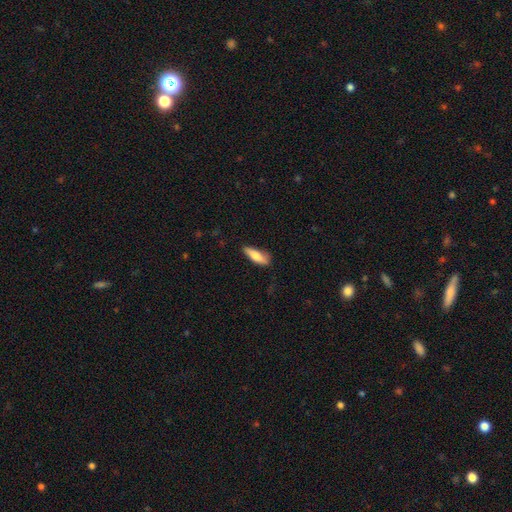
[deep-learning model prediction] smooth_or_featured: smooth (p=0.74) [alt: featured or disk p=0.20]
how_rounded: in between (p=0.52) [alt: cigar-shaped p=0.46]
merging: none (p=0.71) [alt: minor disturbance p=0.23]